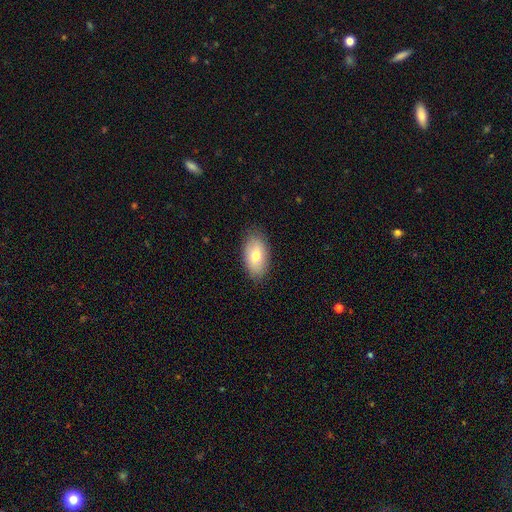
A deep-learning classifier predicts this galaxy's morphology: This is likely a smooth galaxy (73%). How rounded: clearly in between (93%). Merging: clearly none (84%).